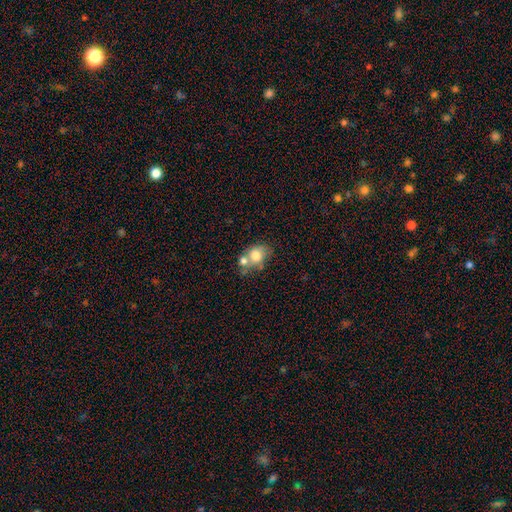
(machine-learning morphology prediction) Q: Smooth or featured?
A: smooth (71%); runner-up: featured or disk (20%)
Q: How rounded?
A: in between (54%); runner-up: round (45%)
Q: Merging?
A: merger (46%); runner-up: none (33%)